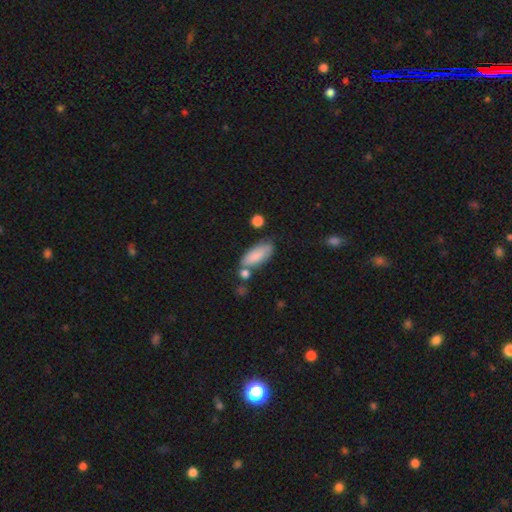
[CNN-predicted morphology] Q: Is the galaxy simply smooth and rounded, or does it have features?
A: smooth — 84%.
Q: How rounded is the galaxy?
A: in between — 79%.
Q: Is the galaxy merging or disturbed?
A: none — 58%.